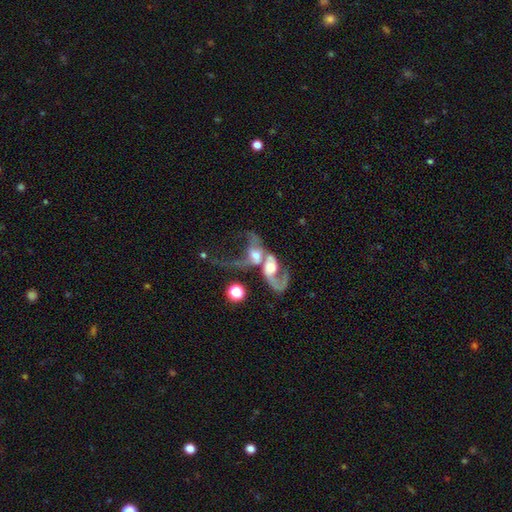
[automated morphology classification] A featured or disk galaxy (68%) with no bar (66%), spiral arms (74%) and a moderate central bulge (49%).

Vote fractions:
- Smooth or featured? featured or disk: 68% / smooth: 23% / star or artifact: 9%
- Edge-on disk? no: 94% / yes: 6%
- Bar? no: 66% / weak: 25% / strong: 9%
- Spiral arms? yes: 74% / no: 26%
- Bulge size? moderate: 49% / large: 24% / small: 15% / none: 8% / dominant: 4%
- Merging? merger: 78% / major disturbance: 13% / none: 6% / minor disturbance: 3%